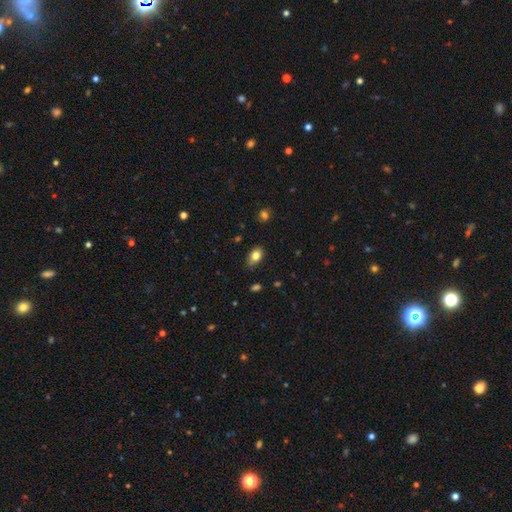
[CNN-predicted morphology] Overall: smooth (81%). How rounded: in between (85%). Merging: none (78%).